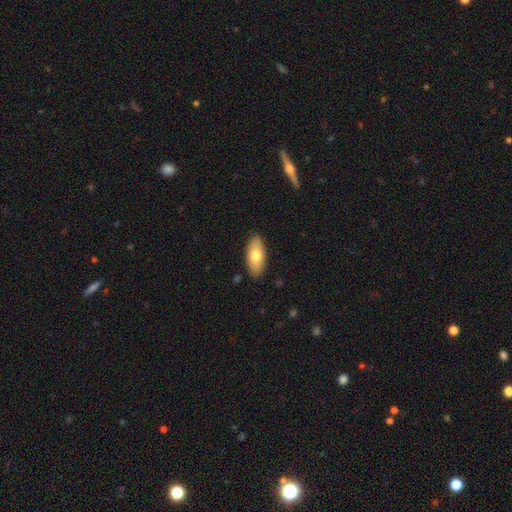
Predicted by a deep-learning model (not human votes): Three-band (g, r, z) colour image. It shows a smooth galaxy with no disk features (75%) that is in between round and cigar-shaped (89%). Merging: none (88%).